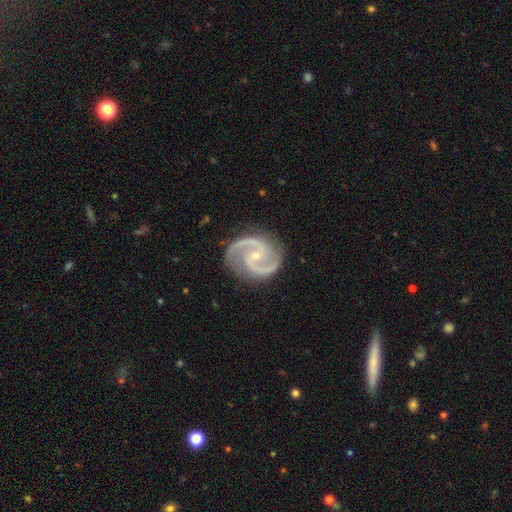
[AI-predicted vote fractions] Overall: featured or disk (94%). Edge-on disk: no (98%). Bar: no (54%; weak 33%). Spiral arms: yes (99%). Spiral arm count: 2 (94%). Spiral winding: medium (65%). Bulge size: small (74%). Merging: none (85%).